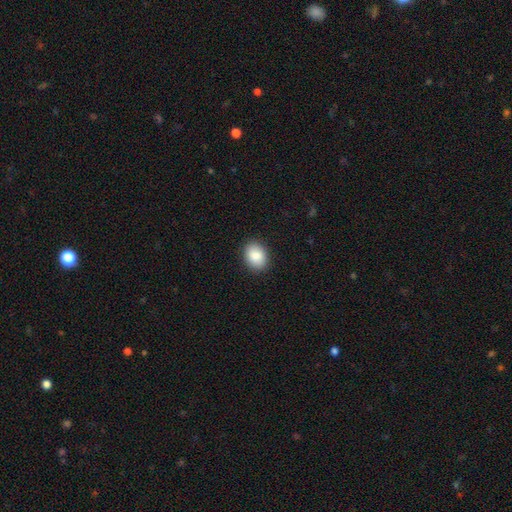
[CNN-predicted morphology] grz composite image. It shows a smooth galaxy with no disk features (87%) that is in between round and cigar-shaped (68%). Merging: none (89%).